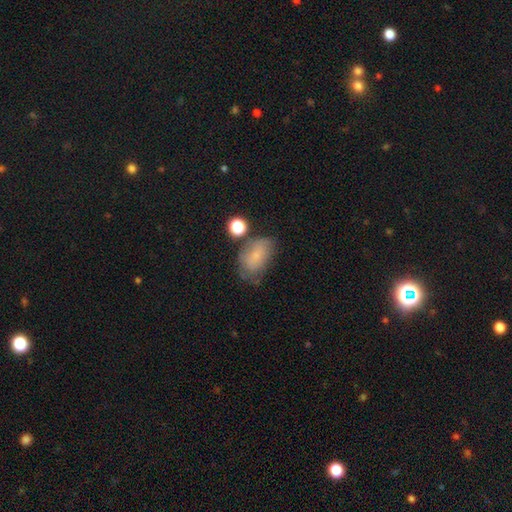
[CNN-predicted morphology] Smooth or featured? Predicted: smooth (p=0.69). How rounded? Predicted: in between (p=0.84). Merging? Predicted: none (p=0.46).